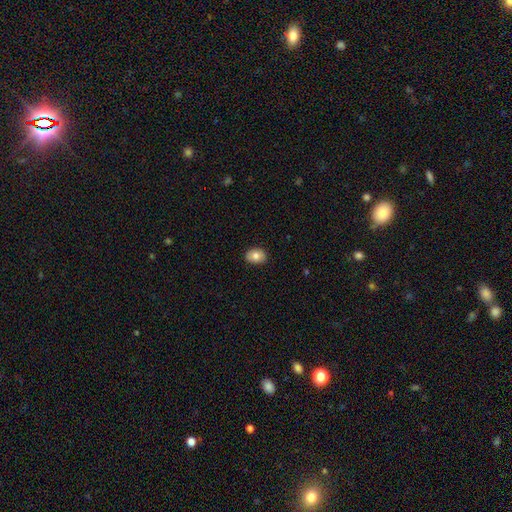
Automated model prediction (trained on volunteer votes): smooth-or-featured: smooth: 81% | featured or disk: 11% | star or artifact: 8%
  how-rounded: in between: 70% | round: 29% | cigar-shaped: 1%
  merging: none: 87% | minor disturbance: 10% | major disturbance: 2% | merger: 1%